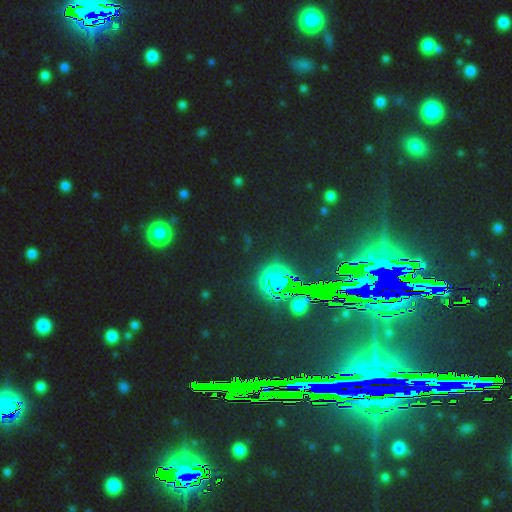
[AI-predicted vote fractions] Smooth or featured? star or artifact (80%)